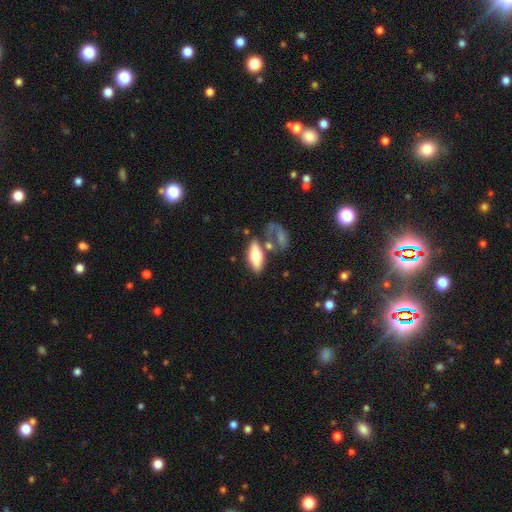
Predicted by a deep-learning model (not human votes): Smooth or featured? smooth (62%)
How rounded? in between (70%)
Merging? none (51%)